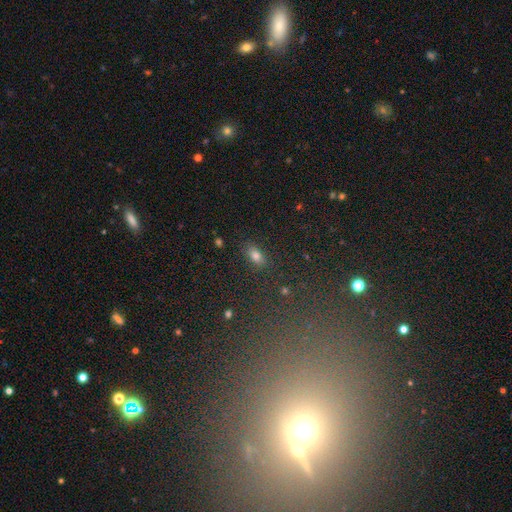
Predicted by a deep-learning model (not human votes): A smooth galaxy with no disk features (78%) that is in between round and cigar-shaped (88%). Merging: none (85%).